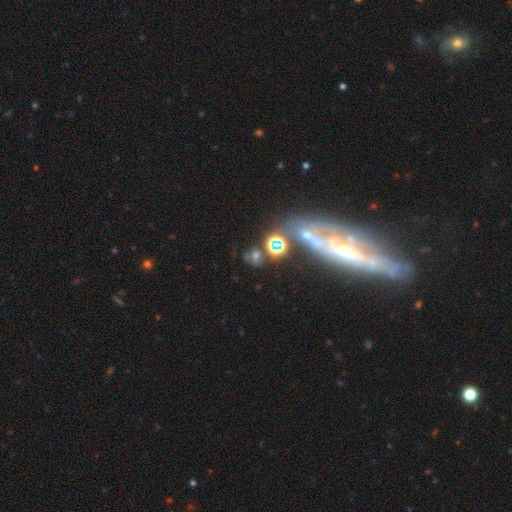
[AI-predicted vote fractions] smooth_or_featured: star or artifact (p=0.42) [alt: smooth p=0.33]